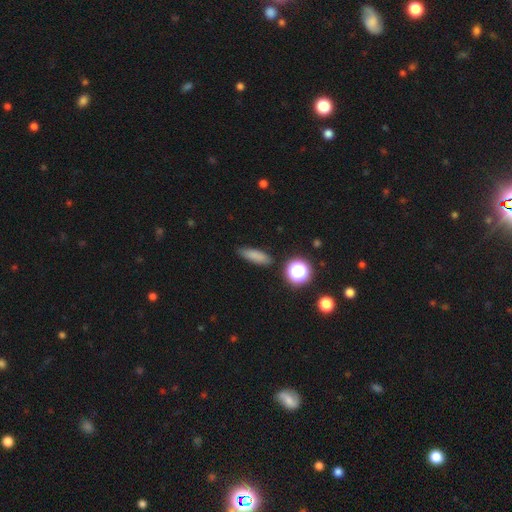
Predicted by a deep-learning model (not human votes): Smooth or featured?
  - smooth: 79% *
  - star or artifact: 12%
  - featured or disk: 8%
How rounded?
  - cigar-shaped: 54% *
  - in between: 39%
  - round: 7%
Merging?
  - none: 83% *
  - minor disturbance: 12%
  - major disturbance: 3%
  - merger: 2%